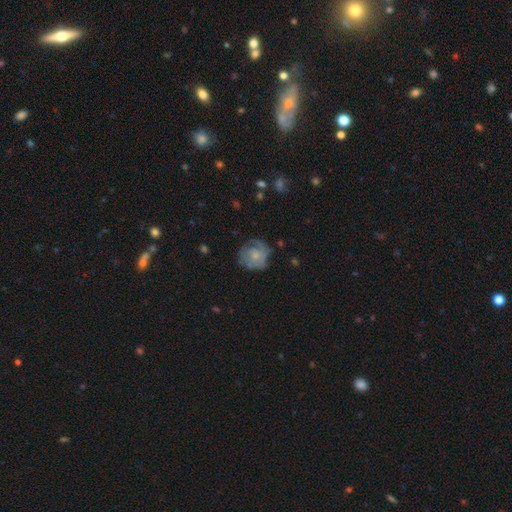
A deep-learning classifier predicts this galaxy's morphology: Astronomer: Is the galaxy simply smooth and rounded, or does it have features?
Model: featured or disk — 56% (runner-up: smooth, 37%).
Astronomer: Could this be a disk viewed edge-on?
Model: no — 98%.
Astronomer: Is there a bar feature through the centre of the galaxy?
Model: no — 80%.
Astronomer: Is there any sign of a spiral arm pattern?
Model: yes — 69%.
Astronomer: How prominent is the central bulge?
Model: moderate — 41% (runner-up: small, 35%).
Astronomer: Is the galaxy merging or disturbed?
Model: none — 59%.